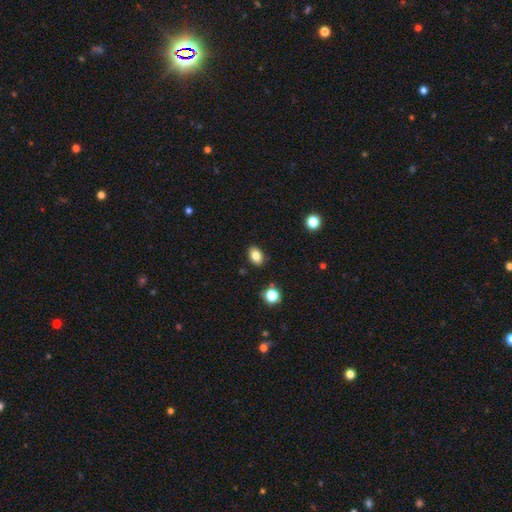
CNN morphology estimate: Smooth or featured: smooth — 83% (star or artifact — 10%)
How rounded: in between — 84% (round — 14%)
Merging: none — 87% (minor disturbance — 9%)